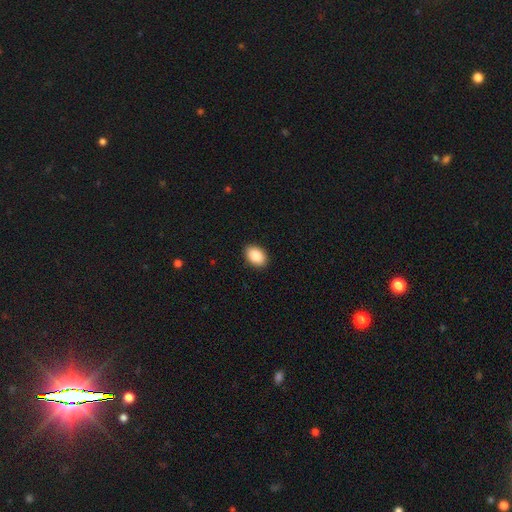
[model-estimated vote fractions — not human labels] smooth-or-featured: smooth: 88% | star or artifact: 7% | featured or disk: 5%
  how-rounded: in between: 86% | round: 13% | cigar-shaped: 1%
  merging: none: 91% | minor disturbance: 7% | major disturbance: 2% | merger: 1%